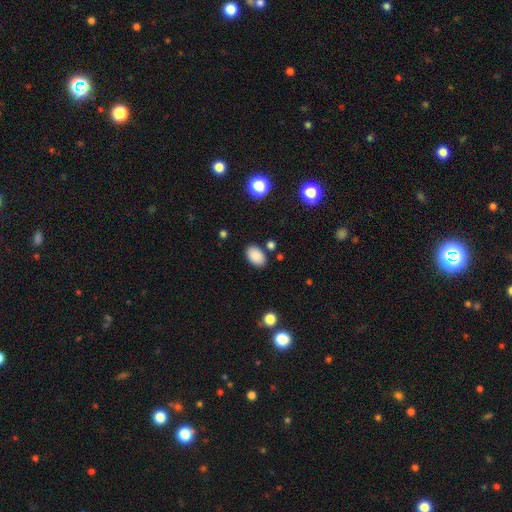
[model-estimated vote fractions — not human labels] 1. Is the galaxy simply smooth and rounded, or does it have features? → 88% smooth, 9% star or artifact, 4% featured or disk.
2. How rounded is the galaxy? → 89% in between, 10% round, 1% cigar-shaped.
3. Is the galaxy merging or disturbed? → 83% none, 11% minor disturbance, 4% merger, 3% major disturbance.